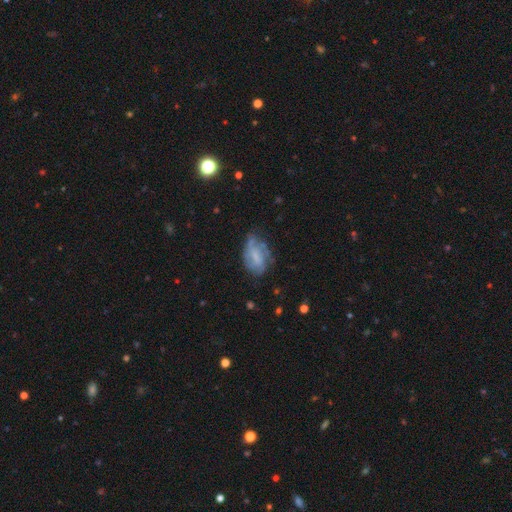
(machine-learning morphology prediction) A featured or disk galaxy (48%). Merging: none (41%).